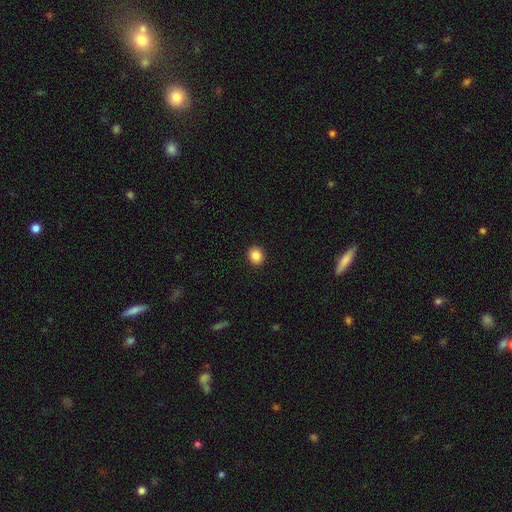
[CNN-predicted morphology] The model was most divided on "how rounded": round: 75%, in between: 24%, cigar-shaped: 1%. More confident: merging — none (92%); smooth or featured — smooth (87%).